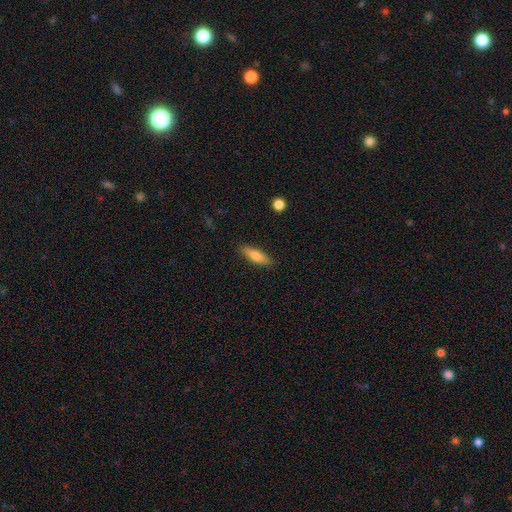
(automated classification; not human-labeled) Overall: smooth (72%). How rounded: cigar-shaped (57%; in between 41%). Merging: none (87%).